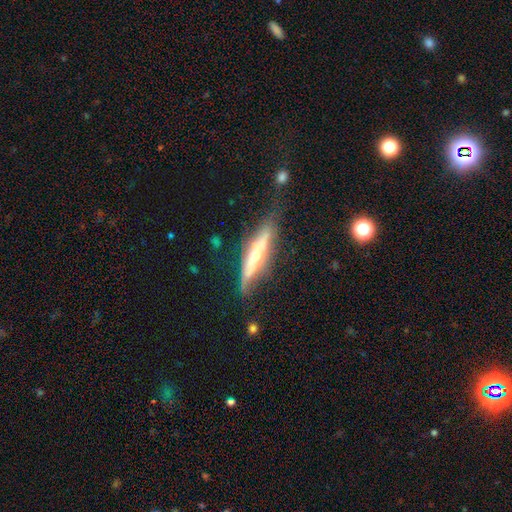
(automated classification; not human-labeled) Overall: featured or disk (73%). Edge-on disk: yes (82%). Edge-on bulge: rounded (81%). Merging: none (64%).